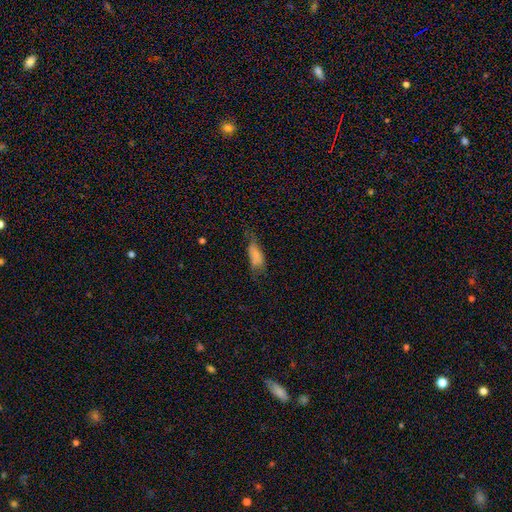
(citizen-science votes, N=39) A smooth galaxy with no disk features (74%) that is in between round and cigar-shaped (90%). Merging: major disturbance (44%).